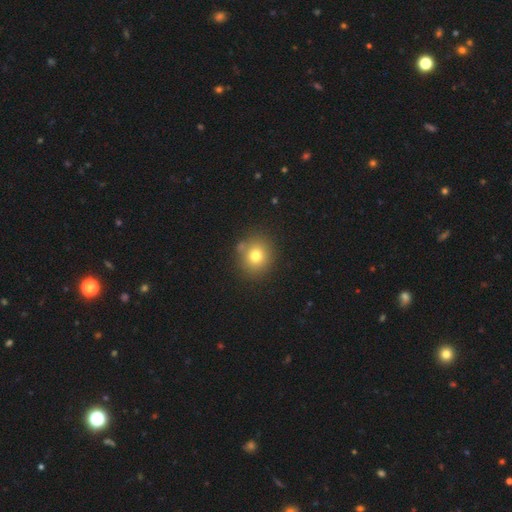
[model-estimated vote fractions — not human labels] Smooth or featured? smooth (75%)
How rounded? round (84%)
Merging? none (80%)